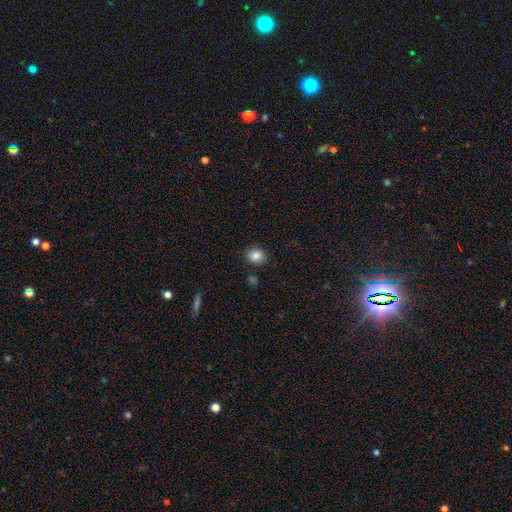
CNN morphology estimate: Smooth or featured? smooth (84%)
How rounded? round (70%)
Merging? none (87%)